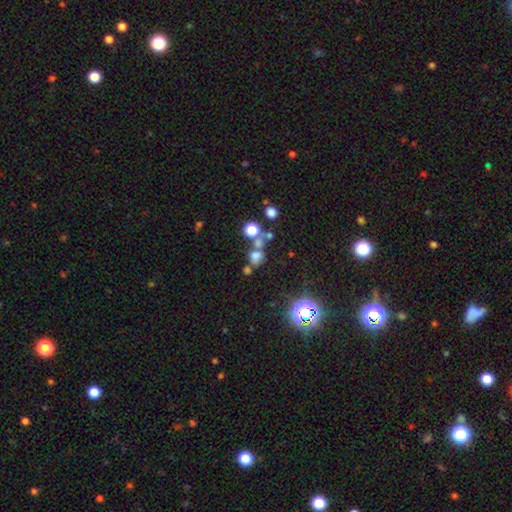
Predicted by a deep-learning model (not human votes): Smooth or featured? smooth (62%)
How rounded? round (72%)
Merging? none (48%)